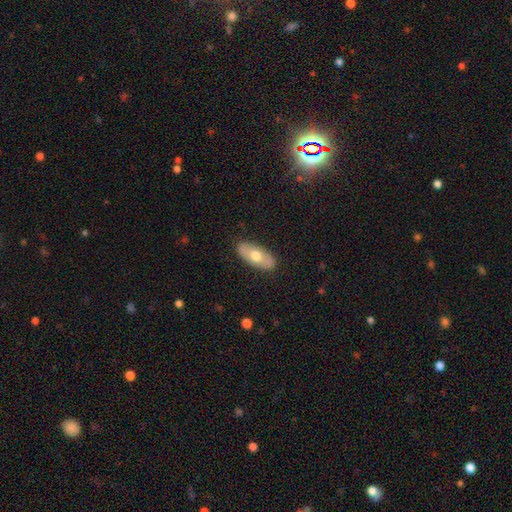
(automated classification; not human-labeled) Q: Smooth or featured?
A: smooth (62%); runner-up: featured or disk (32%)
Q: How rounded?
A: in between (87%); runner-up: cigar-shaped (10%)
Q: Merging?
A: none (87%); runner-up: minor disturbance (10%)